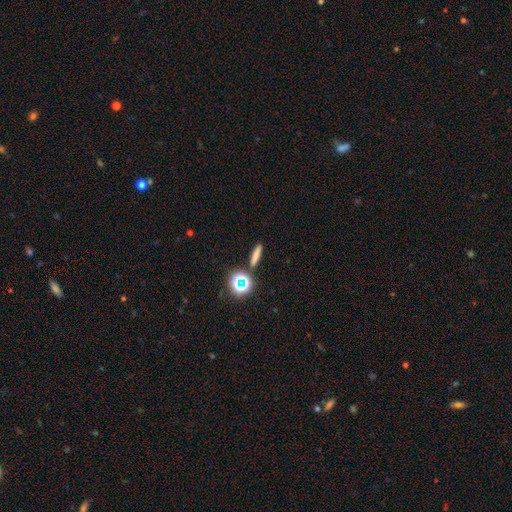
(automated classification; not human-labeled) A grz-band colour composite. It shows a smooth galaxy with no disk features (71%) that is cigar-shaped (75%). Merging: none (87%).